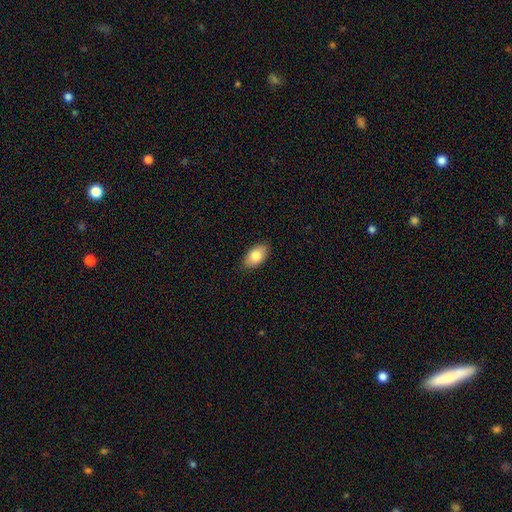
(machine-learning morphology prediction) smooth 81%, featured or disk 12%, star or artifact 7%. Down the decision tree: how rounded — in between (93%); merging — none (87%).